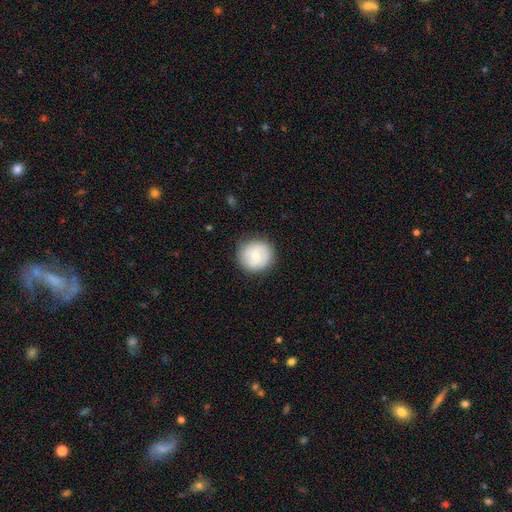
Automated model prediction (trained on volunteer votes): Smooth or featured?
  - smooth: 67% *
  - featured or disk: 26%
  - star or artifact: 7%
How rounded?
  - round: 93% *
  - in between: 6%
  - cigar-shaped: 1%
Merging?
  - none: 85% *
  - minor disturbance: 11%
  - major disturbance: 3%
  - merger: 1%